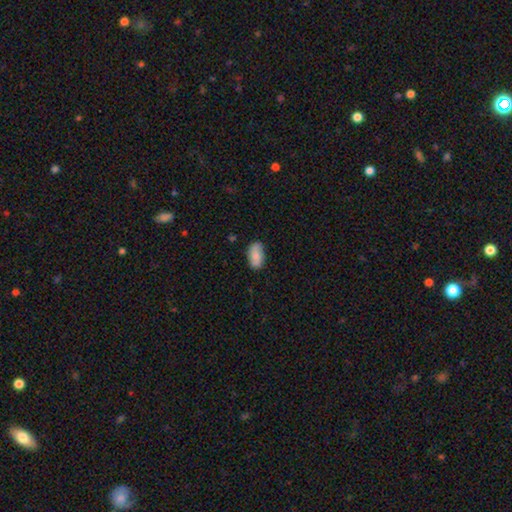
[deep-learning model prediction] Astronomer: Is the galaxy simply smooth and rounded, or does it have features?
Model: smooth — 76%.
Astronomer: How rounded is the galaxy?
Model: in between — 93%.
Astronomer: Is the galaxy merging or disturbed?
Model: none — 79%.